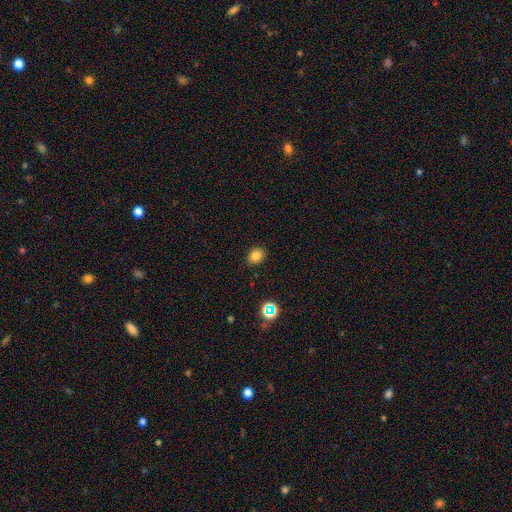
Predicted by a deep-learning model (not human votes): Smooth or featured? smooth (81%)
How rounded? round (60%)
Merging? none (89%)